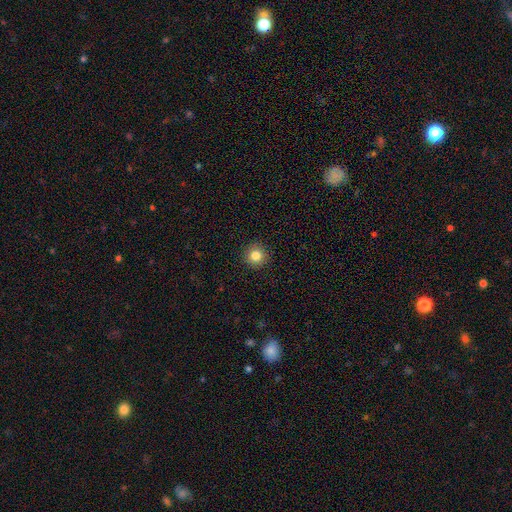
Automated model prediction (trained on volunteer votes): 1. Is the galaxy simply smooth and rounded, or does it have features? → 83% smooth, 11% star or artifact, 6% featured or disk.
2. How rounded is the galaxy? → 95% round, 4% in between, 1% cigar-shaped.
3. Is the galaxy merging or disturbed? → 92% none, 5% minor disturbance, 2% major disturbance, 1% merger.